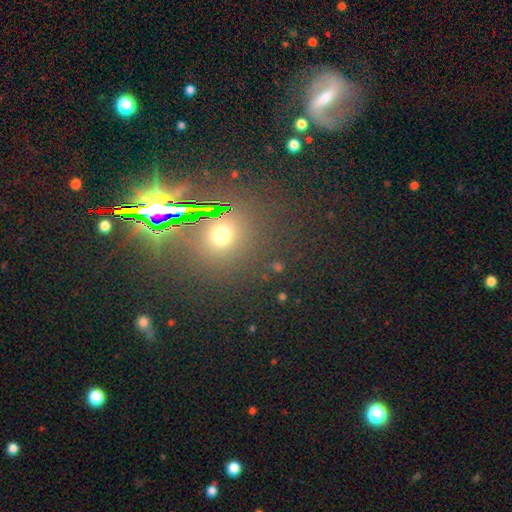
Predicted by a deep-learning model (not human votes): star or artifact 60%, smooth 28%, featured or disk 12%.